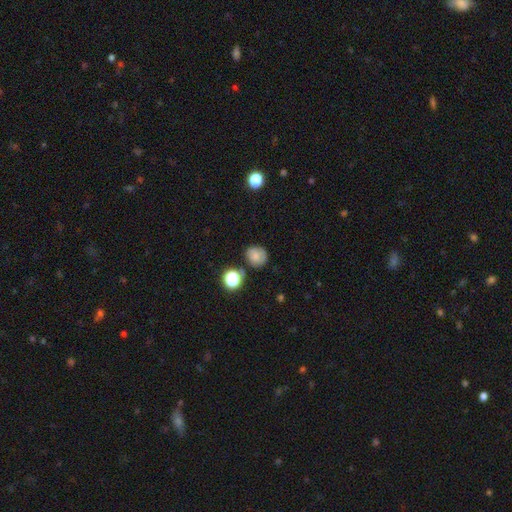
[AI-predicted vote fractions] smooth-or-featured: smooth: 73% | star or artifact: 14% | featured or disk: 13%
  how-rounded: round: 80% | in between: 19% | cigar-shaped: 1%
  merging: none: 72% | minor disturbance: 17% | merger: 6% | major disturbance: 5%